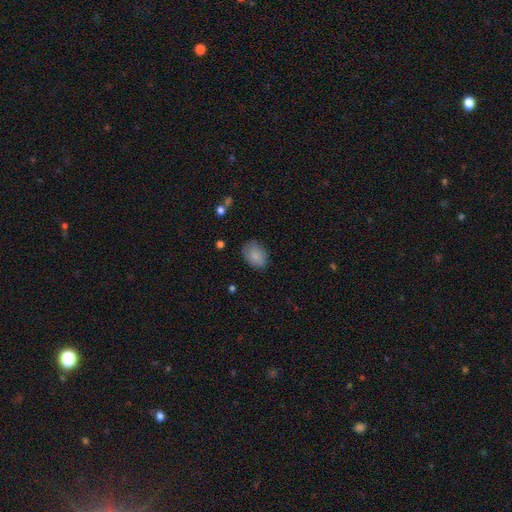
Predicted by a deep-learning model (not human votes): A smooth galaxy with no disk features (85%) that is in between round and cigar-shaped (77%). Merging: none (77%).